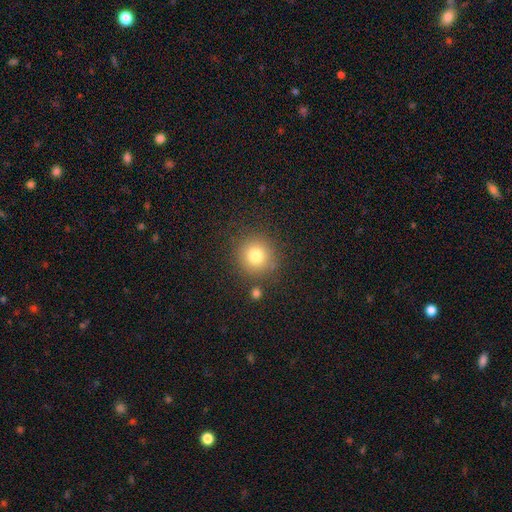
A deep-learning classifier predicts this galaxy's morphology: Overall: smooth (77%). How rounded: round (93%). Merging: none (84%).